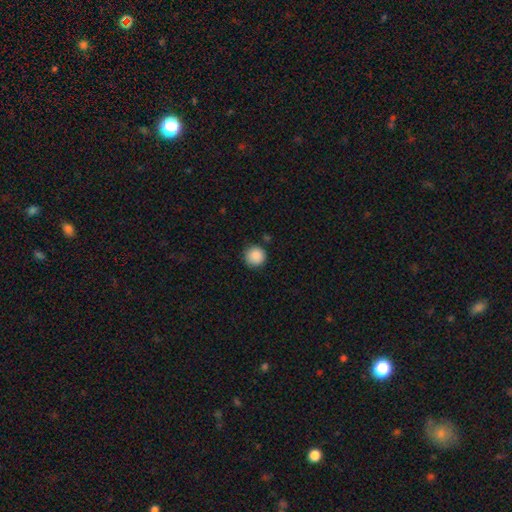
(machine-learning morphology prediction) Smooth or featured?
  - smooth: 88% *
  - star or artifact: 9%
  - featured or disk: 3%
How rounded?
  - round: 95% *
  - in between: 4%
  - cigar-shaped: 1%
Merging?
  - none: 87% *
  - minor disturbance: 9%
  - major disturbance: 2%
  - merger: 2%